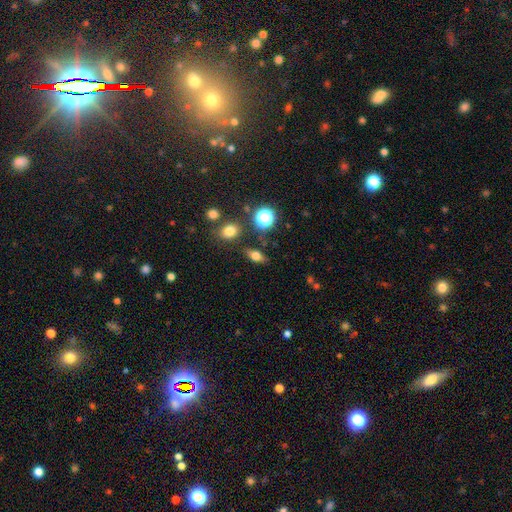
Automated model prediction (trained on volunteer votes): smooth 71%, featured or disk 15%, star or artifact 14%. Down the decision tree: how rounded — in between (72%); merging — none (78%).